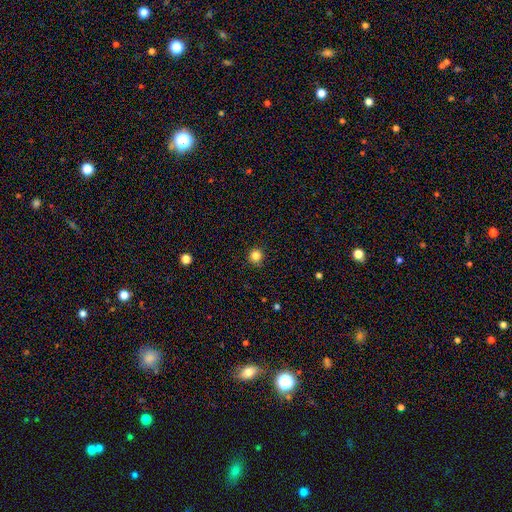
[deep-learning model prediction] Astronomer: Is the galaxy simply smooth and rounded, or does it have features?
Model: smooth — 84%.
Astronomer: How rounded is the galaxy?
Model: round — 95%.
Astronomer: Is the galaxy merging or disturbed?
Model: none — 91%.